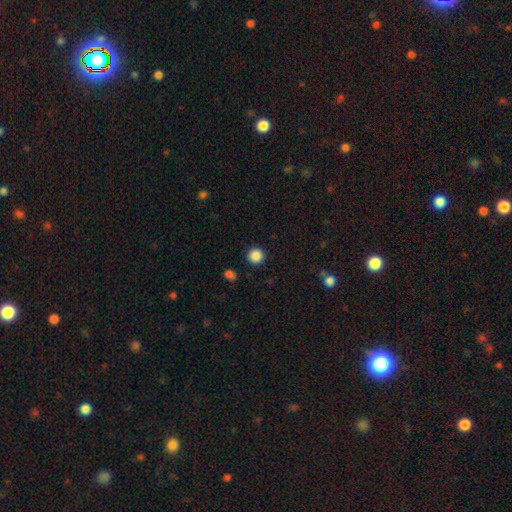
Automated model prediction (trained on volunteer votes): Smooth or featured: smooth — 87% (star or artifact — 10%)
How rounded: round — 95% (in between — 4%)
Merging: none — 92% (minor disturbance — 5%)